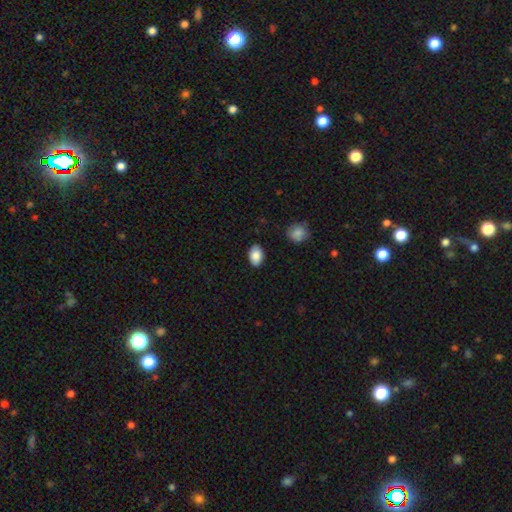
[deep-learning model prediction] Smooth or featured: smooth — 87% (star or artifact — 7%)
How rounded: in between — 88% (round — 11%)
Merging: none — 88% (minor disturbance — 9%)